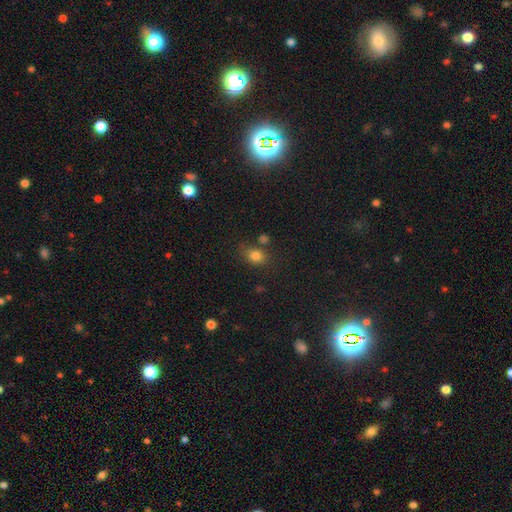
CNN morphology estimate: The model was most divided on "how rounded": in between: 60%, round: 38%, cigar-shaped: 2%. More confident: smooth or featured — smooth (81%); merging — none (64%).